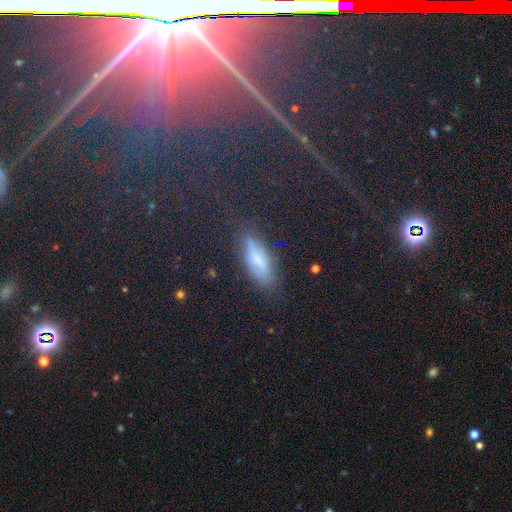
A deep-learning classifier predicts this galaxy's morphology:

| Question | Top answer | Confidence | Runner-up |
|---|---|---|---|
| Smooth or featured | smooth | 39% | star or artifact (37%) |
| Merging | none | 80% | minor disturbance (14%) |